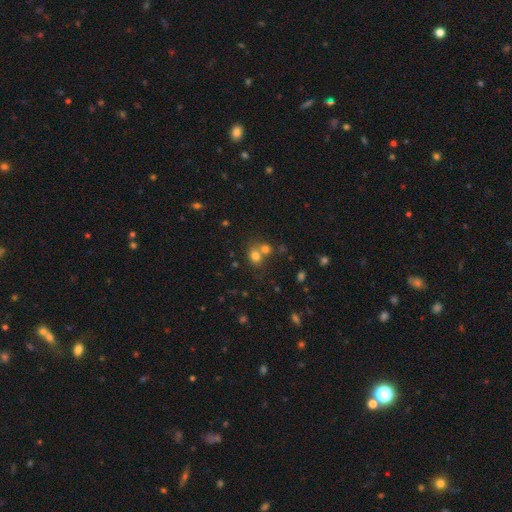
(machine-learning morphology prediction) smooth-or-featured: smooth: 74% | star or artifact: 15% | featured or disk: 11%
  how-rounded: round: 60% | in between: 39% | cigar-shaped: 1%
  merging: merger: 48% | none: 41% | minor disturbance: 8% | major disturbance: 4%